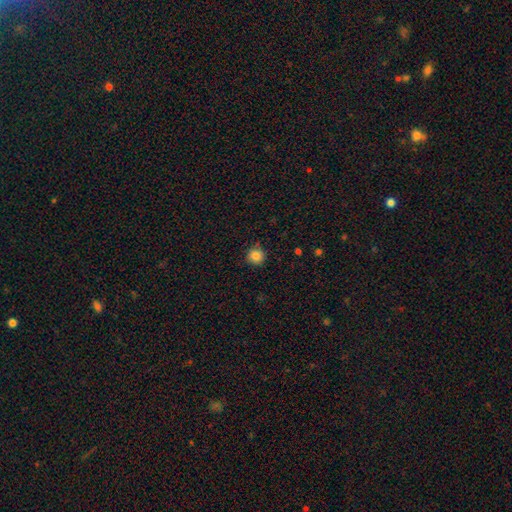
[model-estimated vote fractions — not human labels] This is clearly a smooth galaxy (85%). How rounded: clearly round (94%). Merging: clearly none (88%).